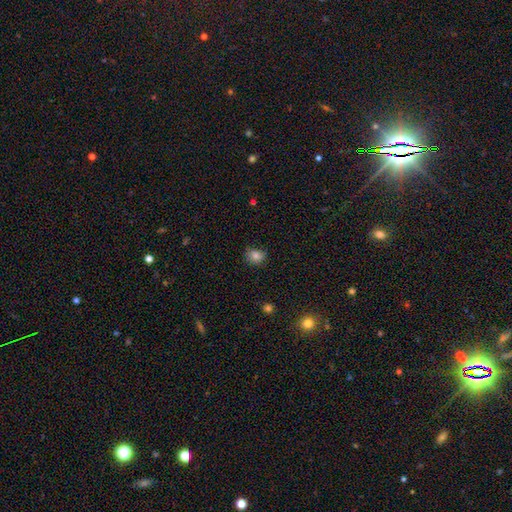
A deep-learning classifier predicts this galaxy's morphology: smooth_or_featured: smooth (p=0.79) [alt: star or artifact p=0.12]
how_rounded: round (p=0.65) [alt: in between p=0.34]
merging: none (p=0.72) [alt: minor disturbance p=0.23]